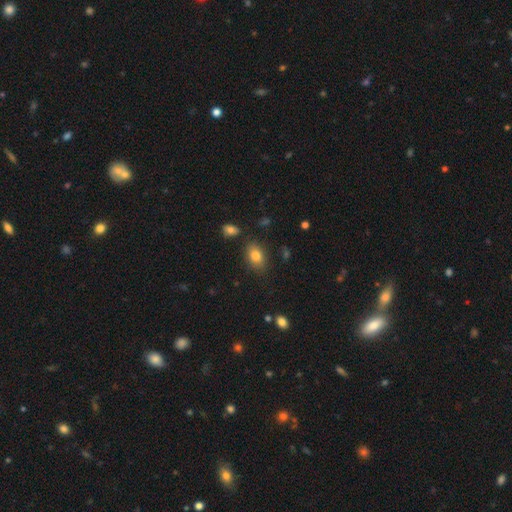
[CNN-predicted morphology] This appears to be a smooth galaxy with no disk features (80%) that is in between round and cigar-shaped (80%). Merging: none (81%).